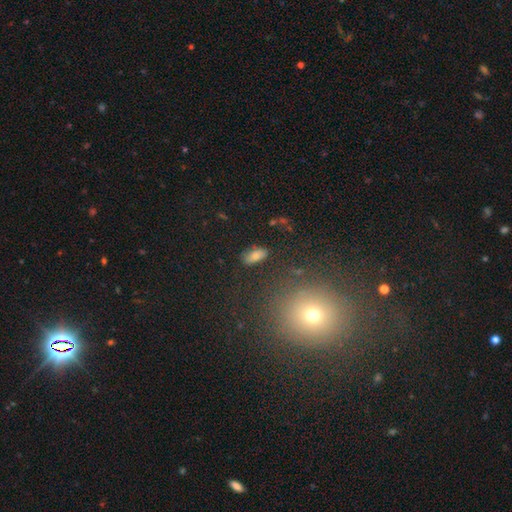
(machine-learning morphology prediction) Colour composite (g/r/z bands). It shows a smooth galaxy with no disk features (76%) that is in between round and cigar-shaped (86%). Merging: none (81%).